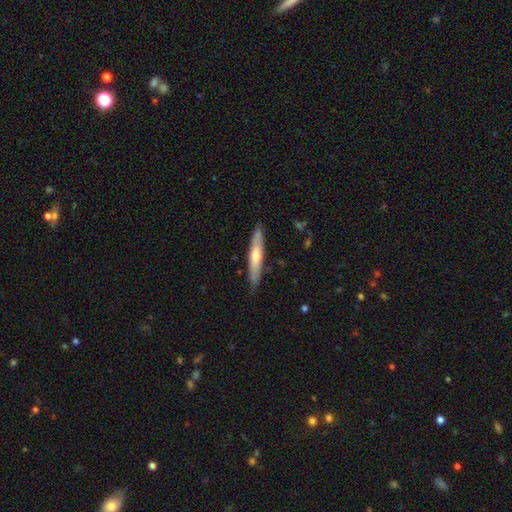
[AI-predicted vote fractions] Smooth or featured? Predicted: smooth (p=0.48). Merging? Predicted: none (p=0.87).